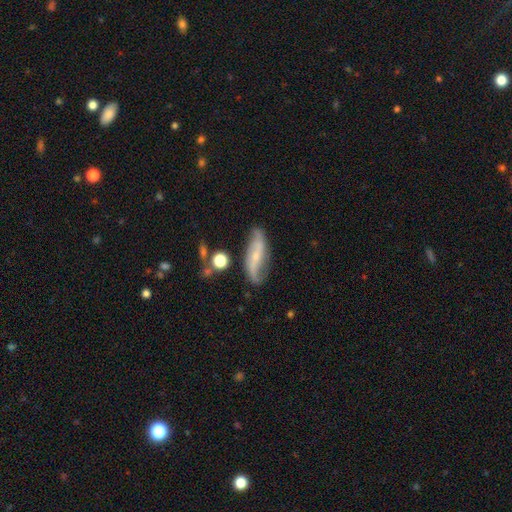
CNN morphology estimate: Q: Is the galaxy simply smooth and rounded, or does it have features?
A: featured or disk — 70%.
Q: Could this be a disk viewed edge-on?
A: no — 86%.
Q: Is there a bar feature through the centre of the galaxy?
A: no — 41%.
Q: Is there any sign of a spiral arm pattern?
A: yes — 91%.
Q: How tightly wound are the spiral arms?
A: loose — 62%.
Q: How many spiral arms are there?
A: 2 — 86%.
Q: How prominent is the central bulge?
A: small — 68%.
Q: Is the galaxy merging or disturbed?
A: none — 69%.